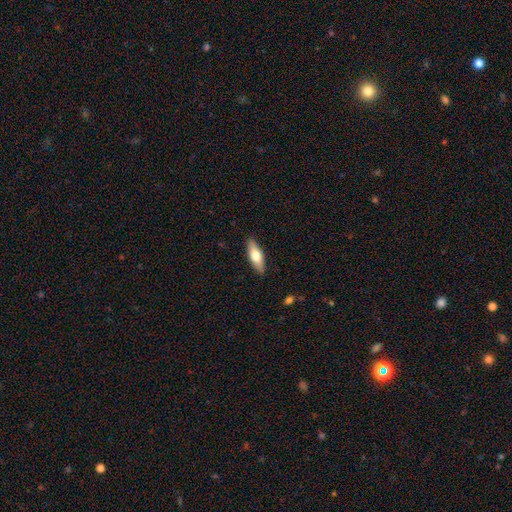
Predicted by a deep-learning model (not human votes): Smooth or featured?
  - smooth: 62% *
  - featured or disk: 33%
  - star or artifact: 6%
How rounded?
  - in between: 53% *
  - cigar-shaped: 44%
  - round: 2%
Merging?
  - none: 88% *
  - minor disturbance: 9%
  - major disturbance: 2%
  - merger: 1%